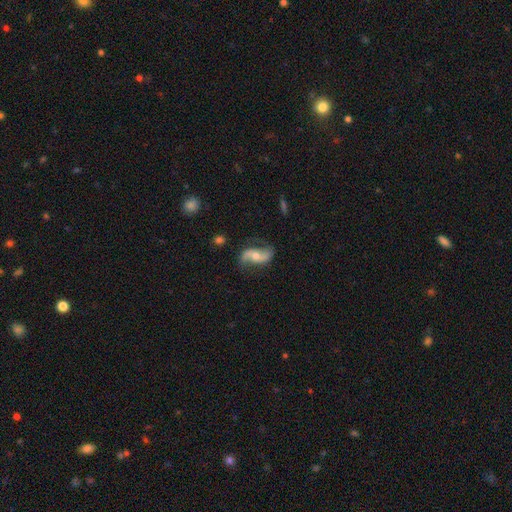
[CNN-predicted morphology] Q: Smooth or featured?
A: featured or disk (83%); runner-up: smooth (11%)
Q: Edge-on disk?
A: no (95%); runner-up: yes (5%)
Q: Bar?
A: no (49%); runner-up: weak (31%)
Q: Spiral arms?
A: yes (95%); runner-up: no (5%)
Q: Spiral winding?
A: loose (74%); runner-up: medium (19%)
Q: Spiral arm count?
A: 2 (93%); runner-up: can't tell (2%)
Q: Bulge size?
A: moderate (56%); runner-up: small (37%)
Q: Merging?
A: none (76%); runner-up: minor disturbance (16%)